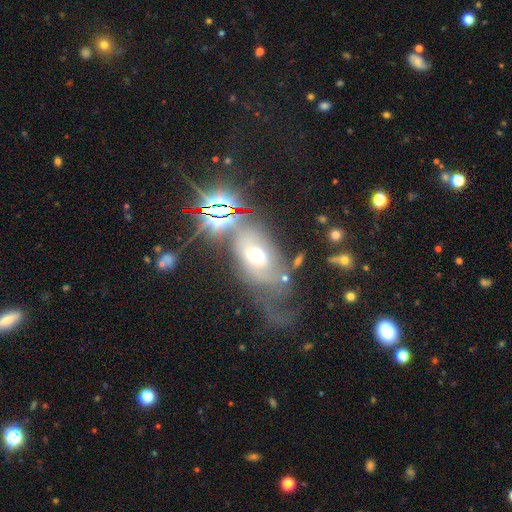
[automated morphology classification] smooth 43%, featured or disk 37%, star or artifact 20%. Down the decision tree: merging — none (36%).